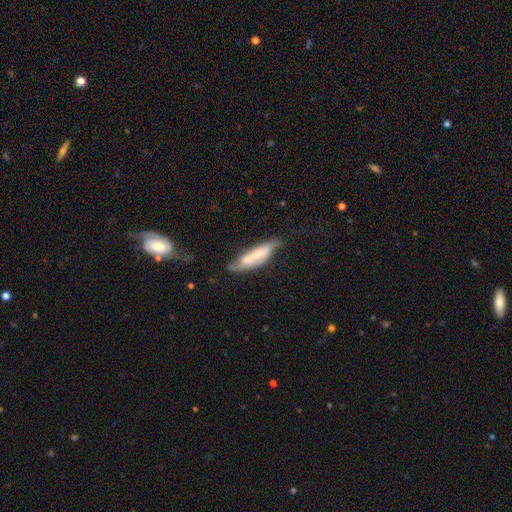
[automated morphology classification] Overall: featured or disk (54%; smooth 39%). Edge-on disk: no (64%; yes 36%). Merging: none (48%; minor disturbance 30%).